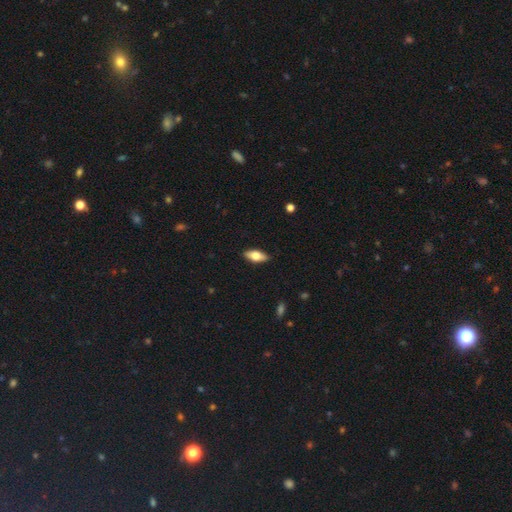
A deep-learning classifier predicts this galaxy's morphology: smooth 66%, featured or disk 28%, star or artifact 6%. Down the decision tree: how rounded — in between (82%); merging — none (88%).